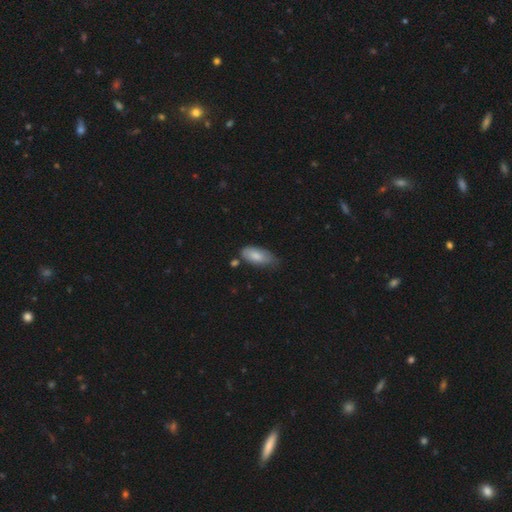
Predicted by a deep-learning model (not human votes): A smooth galaxy with no disk features (80%) that is in between round and cigar-shaped (88%). Merging: none (50%).